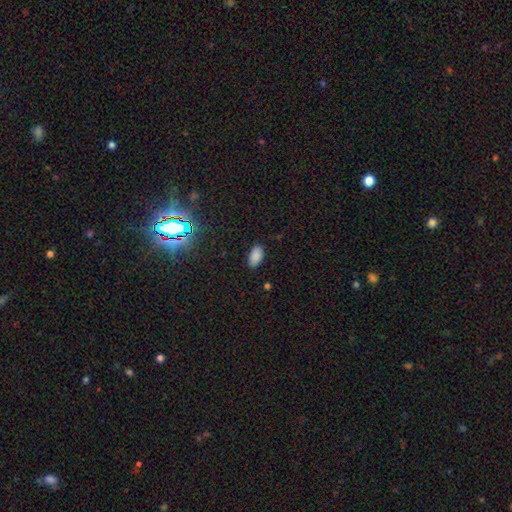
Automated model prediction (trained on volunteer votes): A smooth galaxy with no disk features (84%) that is in between round and cigar-shaped (94%).

Vote fractions:
- Smooth or featured? smooth: 84% / star or artifact: 11% / featured or disk: 4%
- How rounded? in between: 94% / round: 4% / cigar-shaped: 2%
- Merging? none: 86% / minor disturbance: 10% / major disturbance: 2% / merger: 1%